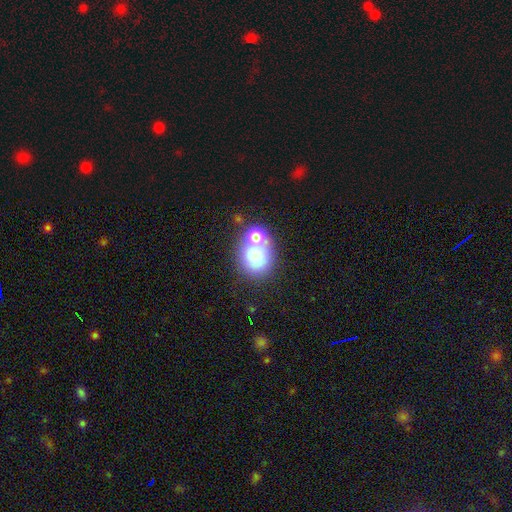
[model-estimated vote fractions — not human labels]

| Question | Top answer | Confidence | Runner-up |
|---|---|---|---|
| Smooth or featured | smooth | 69% | featured or disk (20%) |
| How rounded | round | 61% | in between (38%) |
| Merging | merger | 49% | none (33%) |